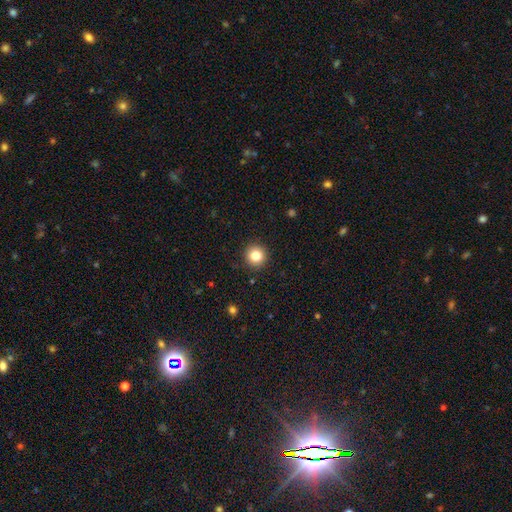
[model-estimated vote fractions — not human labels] Smooth or featured? Predicted: smooth (p=0.83). How rounded? Predicted: round (p=0.94). Merging? Predicted: none (p=0.91).